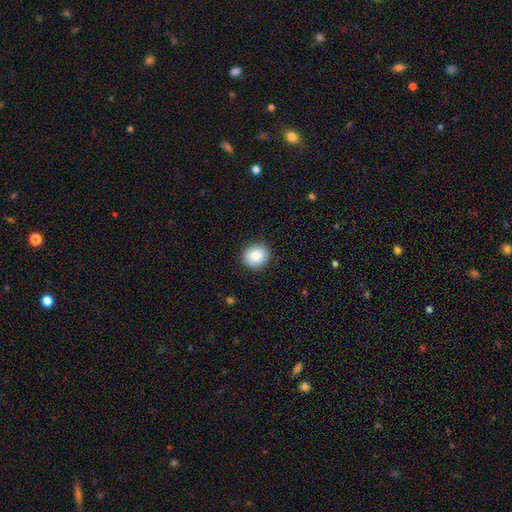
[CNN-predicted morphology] A smooth galaxy with no disk features (85%) that is round (78%).

Vote fractions:
- Smooth or featured? smooth: 85% / star or artifact: 8% / featured or disk: 7%
- How rounded? round: 78% / in between: 21% / cigar-shaped: 1%
- Merging? none: 88% / minor disturbance: 9% / major disturbance: 2% / merger: 1%